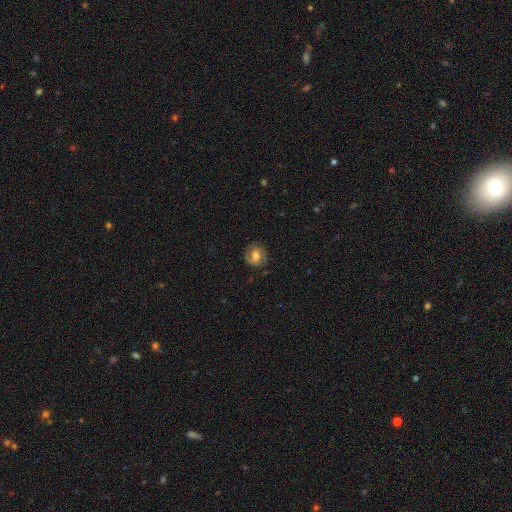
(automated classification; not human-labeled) featured or disk 53%, smooth 39%, star or artifact 8%. Down the decision tree: edge-on disk — no (97%); bar — weak (45%); spiral arms — yes (82%); bulge size — moderate (62%); merging — none (80%).